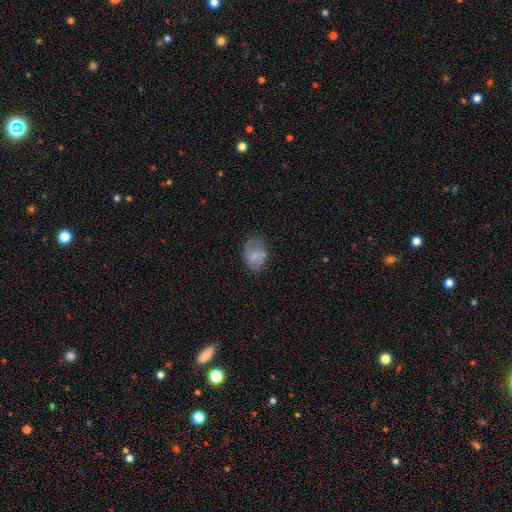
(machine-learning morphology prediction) smooth-or-featured: smooth: 66% | featured or disk: 25% | star or artifact: 8%
  how-rounded: in between: 80% | round: 19% | cigar-shaped: 1%
  merging: none: 52% | minor disturbance: 29% | major disturbance: 13% | merger: 5%